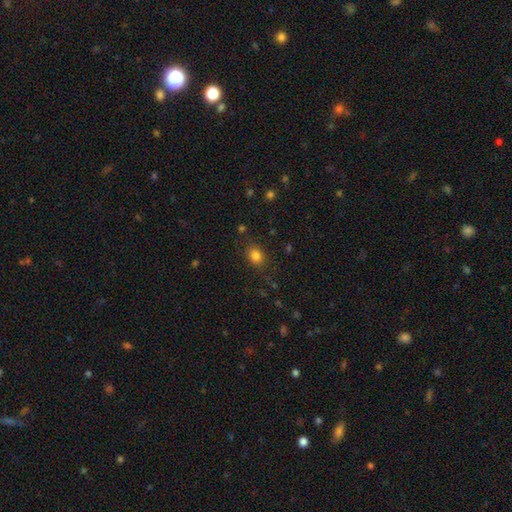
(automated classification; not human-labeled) smooth 83%, star or artifact 12%, featured or disk 5%. Down the decision tree: how rounded — round (50%); merging — none (83%).